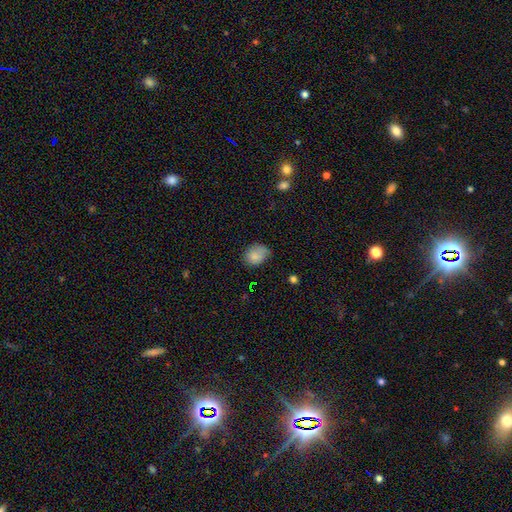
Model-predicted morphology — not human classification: This appears to be a smooth galaxy with no disk features (82%) that is in between round and cigar-shaped (55%). Merging: none (55%).